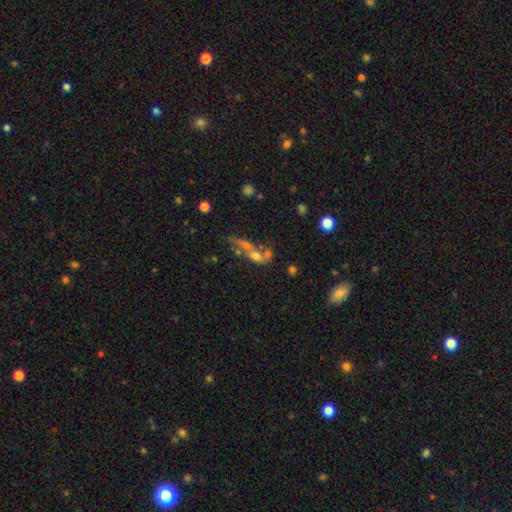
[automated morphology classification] smooth-or-featured: smooth: 50% | featured or disk: 34% | star or artifact: 16%
  merging: merger: 55% | none: 21% | major disturbance: 14% | minor disturbance: 10%